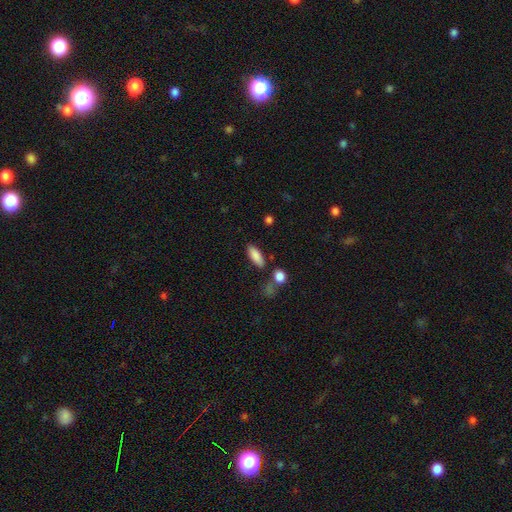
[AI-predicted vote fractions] smooth_or_featured: smooth (p=0.86) [alt: star or artifact p=0.07]
how_rounded: in between (p=0.73) [alt: cigar-shaped p=0.24]
merging: none (p=0.78) [alt: minor disturbance p=0.12]